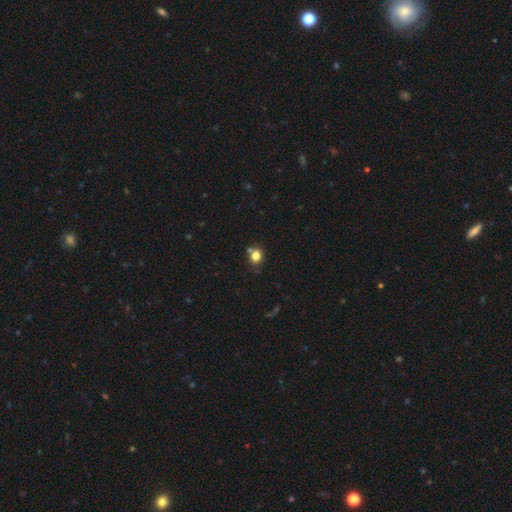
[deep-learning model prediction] Morphology: type=smooth (80%); roundness=round (70%); merging=none (70%).